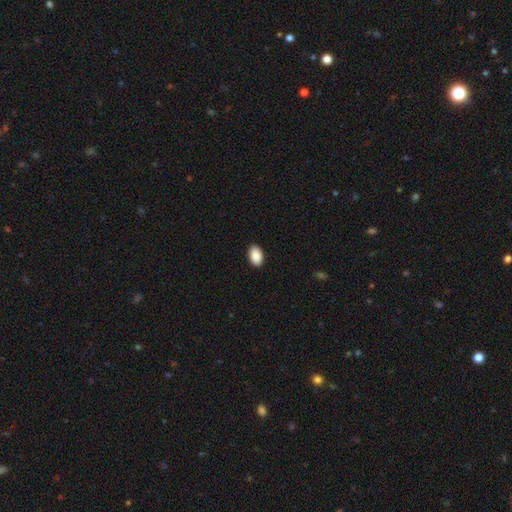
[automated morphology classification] Q: Smooth or featured?
A: smooth (90%); runner-up: star or artifact (7%)
Q: How rounded?
A: in between (92%); runner-up: round (7%)
Q: Merging?
A: none (90%); runner-up: minor disturbance (7%)